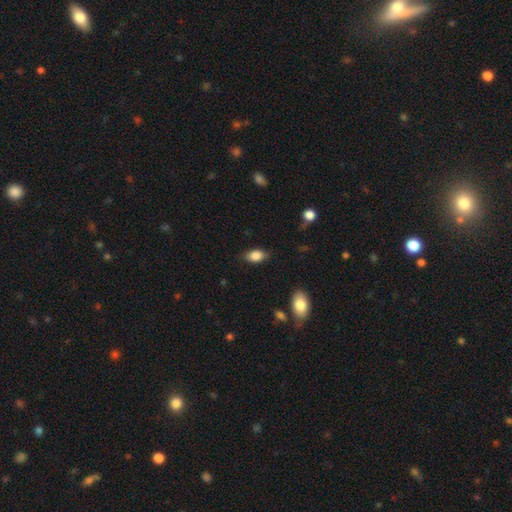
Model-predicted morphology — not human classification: The model was most divided on "merging": none: 81%, minor disturbance: 14%, major disturbance: 3%, merger: 1%. More confident: how rounded — in between (89%); smooth or featured — smooth (85%).